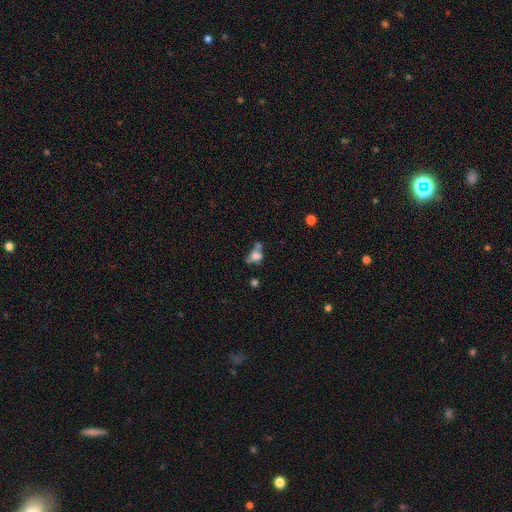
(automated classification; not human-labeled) Smooth or featured? smooth (61%)
How rounded? in between (64%)
Merging? merger (33%)